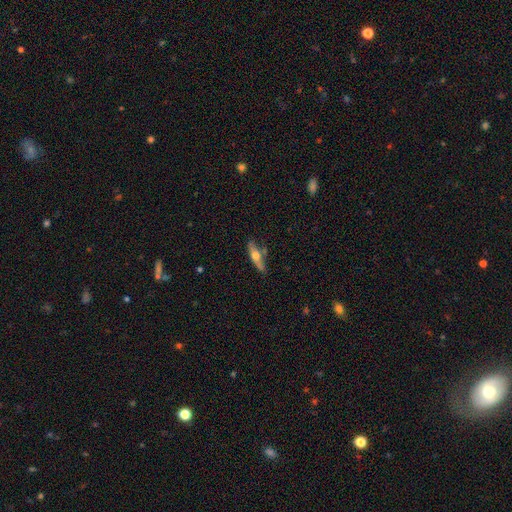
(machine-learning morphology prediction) Smooth or featured?
  - featured or disk: 49% *
  - smooth: 45%
  - star or artifact: 6%
Merging?
  - none: 69% *
  - minor disturbance: 19%
  - merger: 8%
  - major disturbance: 5%